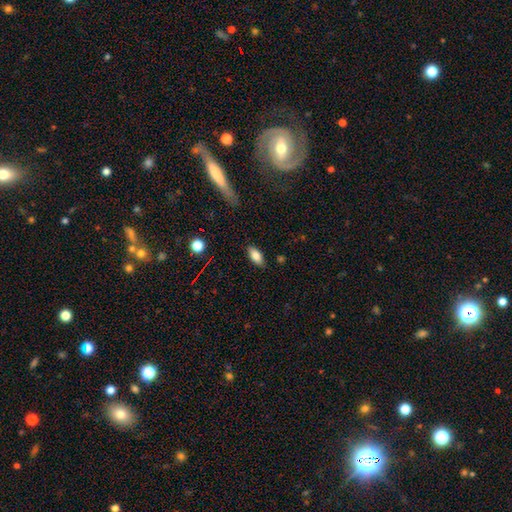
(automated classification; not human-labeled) The model was most divided on "smooth or featured": smooth: 82%, featured or disk: 10%, star or artifact: 8%. More confident: merging — none (86%); how rounded — in between (86%).